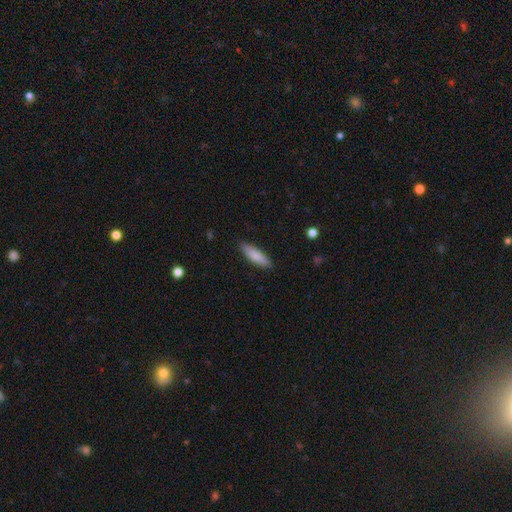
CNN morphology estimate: Q: Smooth or featured?
A: smooth (84%); runner-up: featured or disk (10%)
Q: How rounded?
A: cigar-shaped (57%); runner-up: in between (42%)
Q: Merging?
A: none (87%); runner-up: minor disturbance (10%)